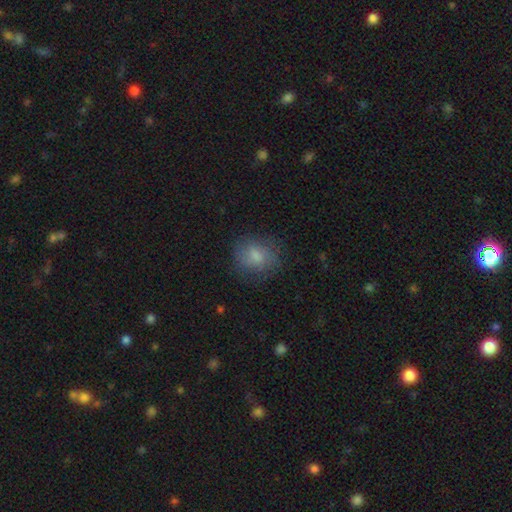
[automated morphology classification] The model was most divided on "how rounded": round: 64%, in between: 35%, cigar-shaped: 1%. More confident: merging — none (77%); smooth or featured — smooth (72%).